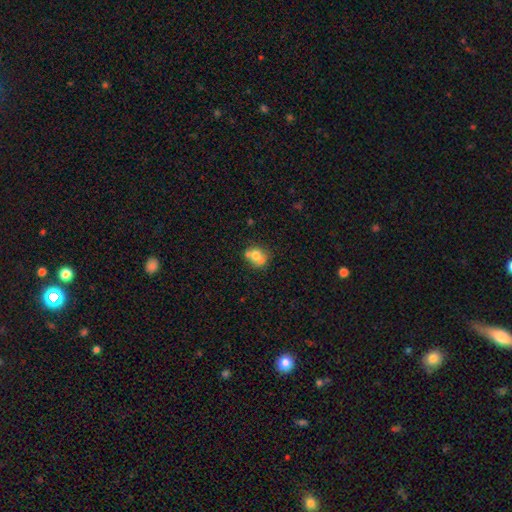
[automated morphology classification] Smooth or featured? Predicted: smooth (p=0.66). How rounded? Predicted: round (p=0.59). Merging? Predicted: none (p=0.45).